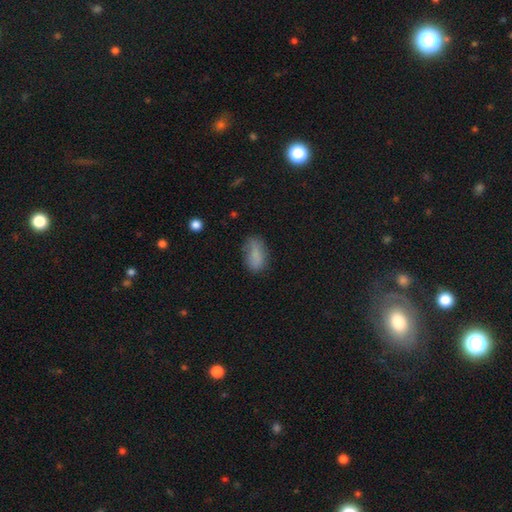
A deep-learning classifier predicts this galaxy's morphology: type=smooth (83%); roundness=in between (90%); merging=none (68%).